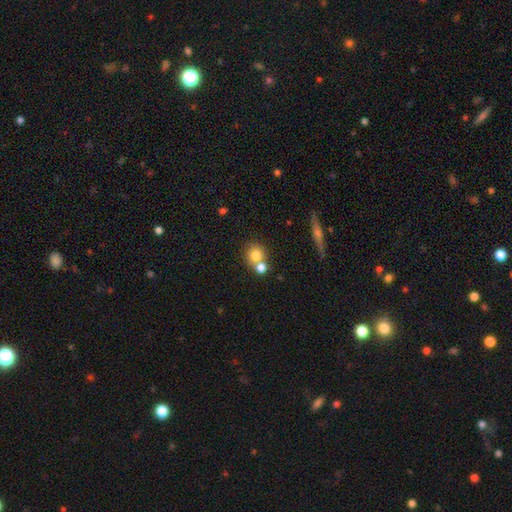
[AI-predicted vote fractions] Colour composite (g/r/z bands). It shows a smooth galaxy with no disk features (76%) that is round (85%). Merging: none (47%).